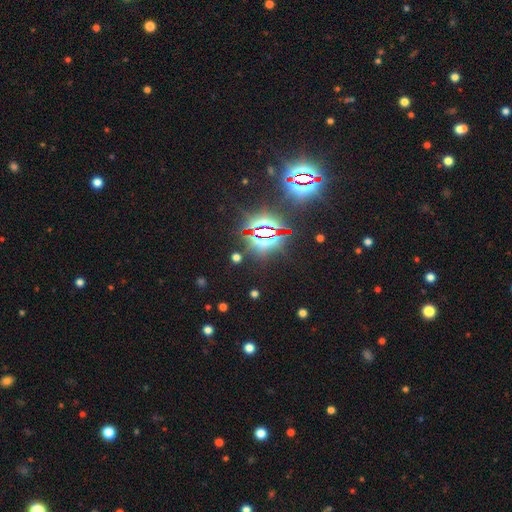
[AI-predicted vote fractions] star or artifact 85%, smooth 9%, featured or disk 6%.